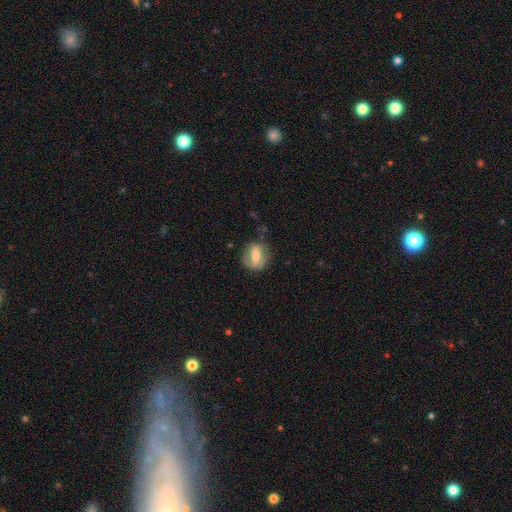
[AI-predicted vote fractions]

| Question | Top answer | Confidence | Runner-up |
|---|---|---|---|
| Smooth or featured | featured or disk | 47% | smooth (46%) |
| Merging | none | 65% | minor disturbance (23%) |